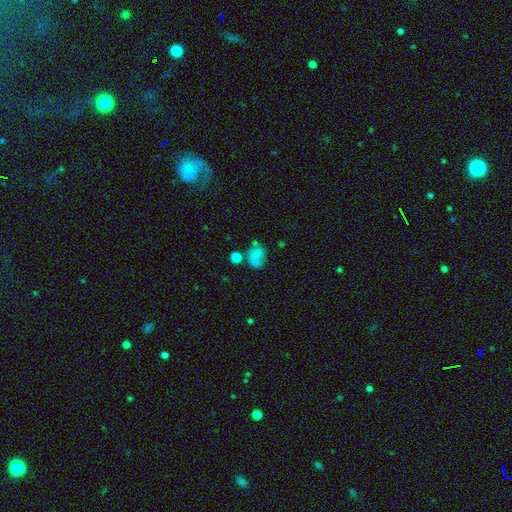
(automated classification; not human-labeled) Smooth or featured: smooth — 68% (featured or disk — 19%)
How rounded: in between — 56% (round — 42%)
Merging: none — 48% (minor disturbance — 24%)